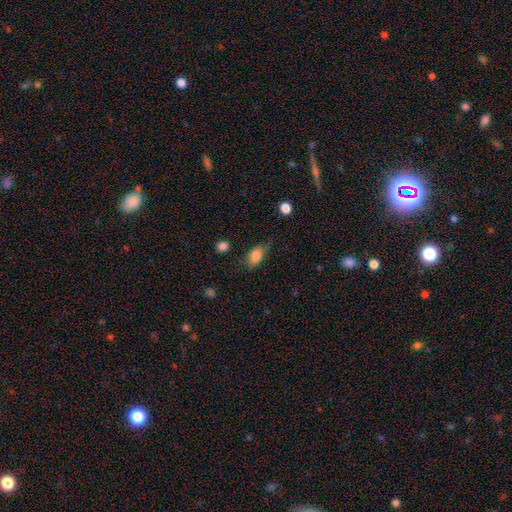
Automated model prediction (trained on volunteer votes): Q: Smooth or featured?
A: smooth (80%); runner-up: featured or disk (12%)
Q: How rounded?
A: in between (85%); runner-up: round (10%)
Q: Merging?
A: none (60%); runner-up: minor disturbance (29%)